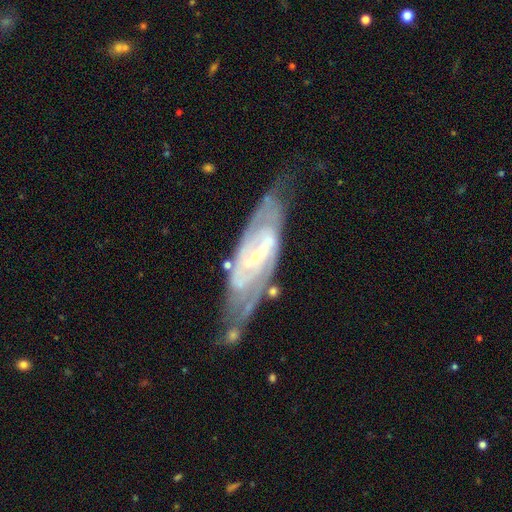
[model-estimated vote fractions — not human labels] Morphology: type=featured or disk (88%); edge-on=no (88%); bar=weak (39%, tied with strong); spiral arms=yes (95%); winding=tight (51%); arm count=2 (66%); bulge=small (78%); merging=none (64%).